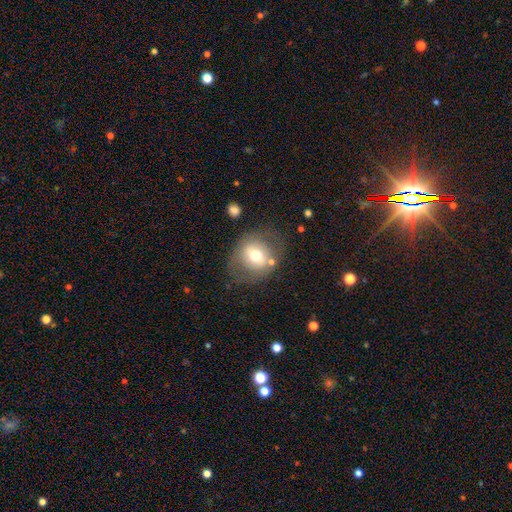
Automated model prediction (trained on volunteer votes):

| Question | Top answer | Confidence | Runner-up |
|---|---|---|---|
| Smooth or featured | smooth | 57% | featured or disk (34%) |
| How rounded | round | 70% | in between (29%) |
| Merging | none | 69% | minor disturbance (16%) |